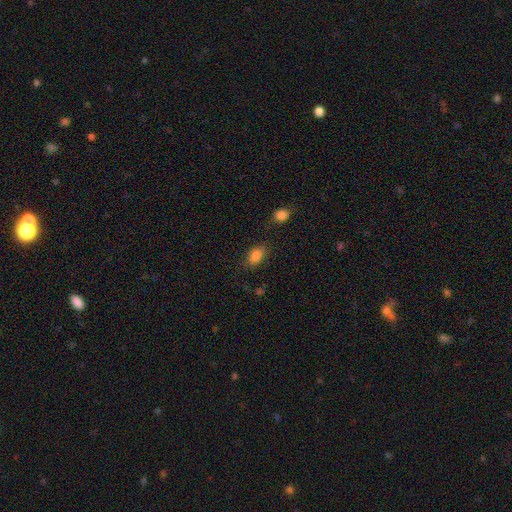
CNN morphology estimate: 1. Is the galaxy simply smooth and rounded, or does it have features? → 84% smooth, 10% star or artifact, 6% featured or disk.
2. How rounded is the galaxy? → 84% in between, 14% round, 2% cigar-shaped.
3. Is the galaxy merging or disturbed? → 73% none, 16% minor disturbance, 5% major disturbance, 5% merger.